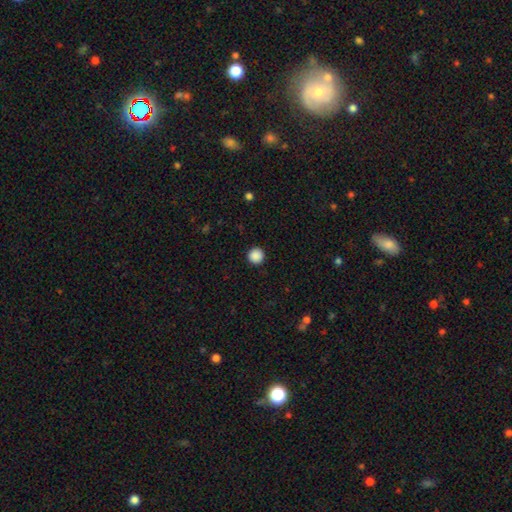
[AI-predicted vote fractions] smooth_or_featured: smooth (p=0.88) [alt: star or artifact p=0.09]
how_rounded: round (p=0.96) [alt: in between p=0.03]
merging: none (p=0.93) [alt: minor disturbance p=0.05]